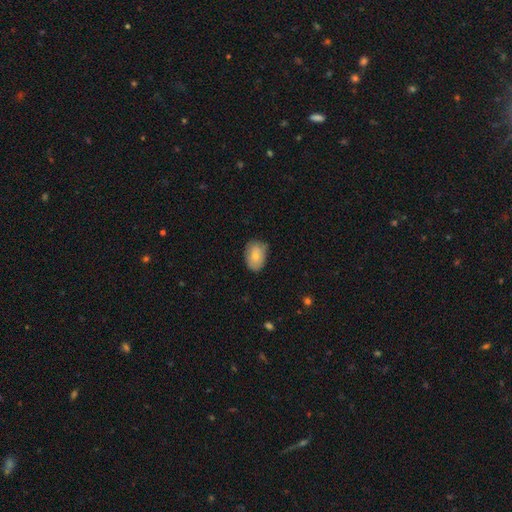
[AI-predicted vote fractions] A smooth galaxy with no disk features (77%) that is in between round and cigar-shaped (79%). Merging: none (68%).